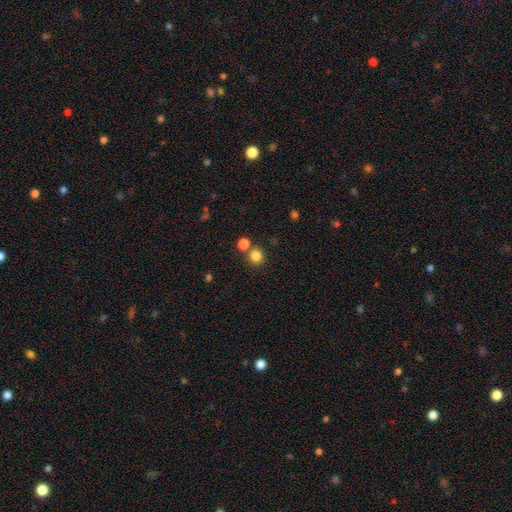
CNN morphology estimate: This appears to be a smooth galaxy with no disk features (82%) that is round (92%). Merging: none (75%).